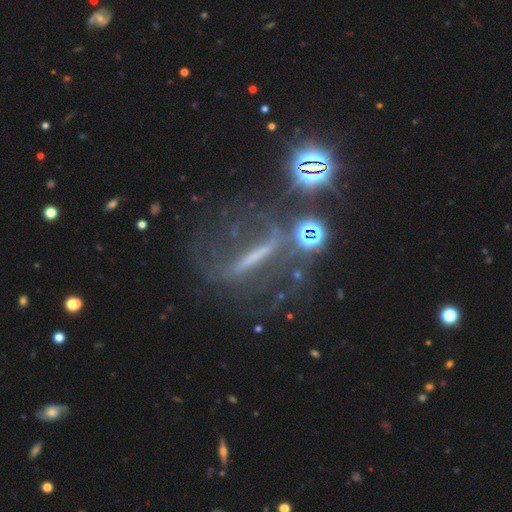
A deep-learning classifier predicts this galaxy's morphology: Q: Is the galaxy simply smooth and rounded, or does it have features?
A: featured or disk — 59%.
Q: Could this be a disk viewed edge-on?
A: no — 55%.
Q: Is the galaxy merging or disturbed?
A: none — 49%.